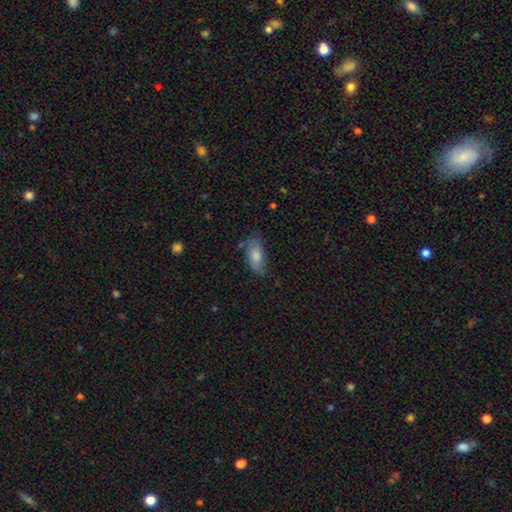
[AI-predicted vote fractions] Smooth or featured? Predicted: smooth (p=0.73). How rounded? Predicted: in between (p=0.88). Merging? Predicted: none (p=0.64).